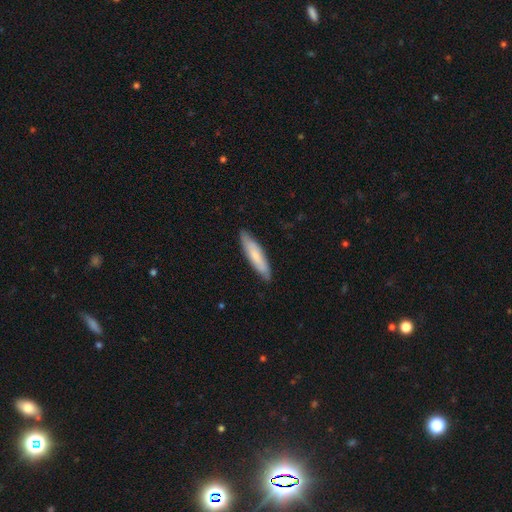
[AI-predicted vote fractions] A smooth galaxy with no disk features (71%) that is cigar-shaped (80%). Merging: none (86%).